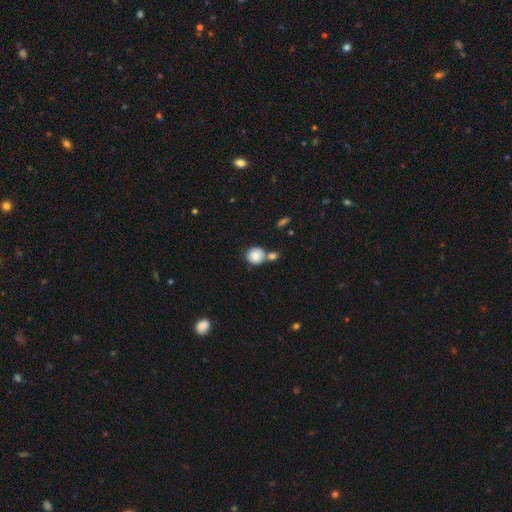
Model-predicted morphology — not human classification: Smooth or featured?
  - smooth: 84% *
  - star or artifact: 8%
  - featured or disk: 8%
How rounded?
  - round: 85% *
  - in between: 13%
  - cigar-shaped: 1%
Merging?
  - none: 51% *
  - merger: 31%
  - minor disturbance: 14%
  - major disturbance: 5%